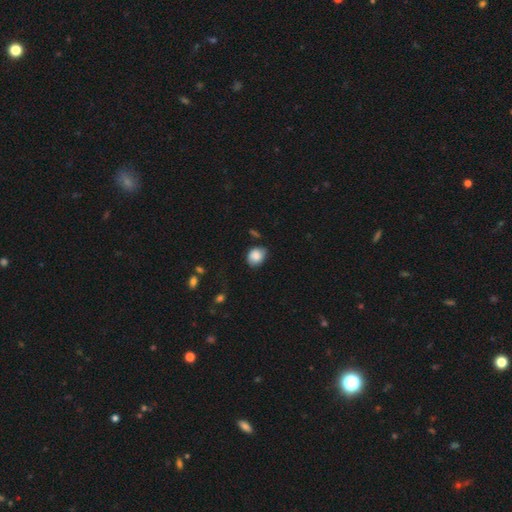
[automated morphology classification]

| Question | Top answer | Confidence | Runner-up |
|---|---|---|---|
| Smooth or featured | smooth | 84% | featured or disk (8%) |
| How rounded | round | 51% | in between (48%) |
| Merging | none | 60% | minor disturbance (31%) |